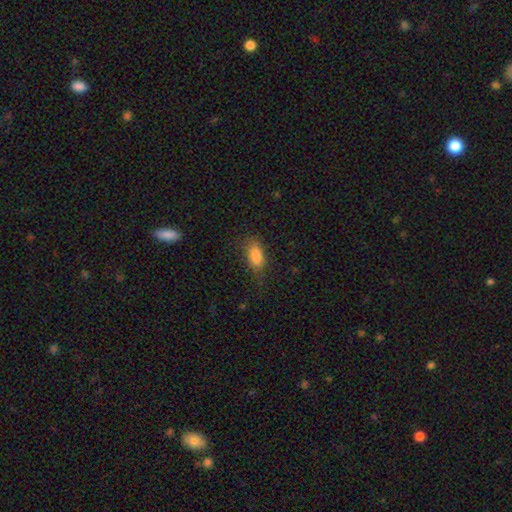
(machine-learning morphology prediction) Smooth or featured: smooth — 85% (star or artifact — 8%)
How rounded: in between — 88% (cigar-shaped — 8%)
Merging: none — 71% (minor disturbance — 20%)